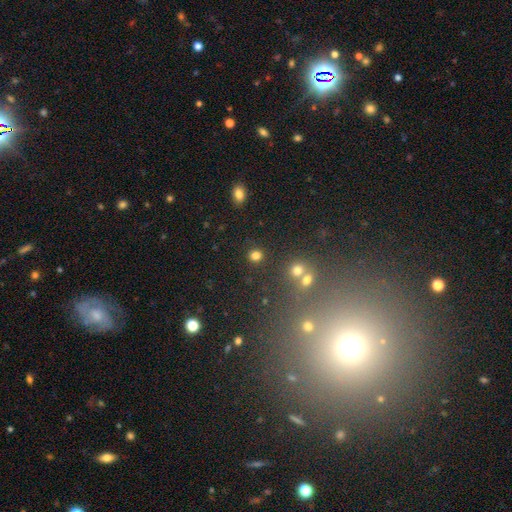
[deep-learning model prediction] Smooth or featured? smooth (80%)
How rounded? round (88%)
Merging? none (86%)